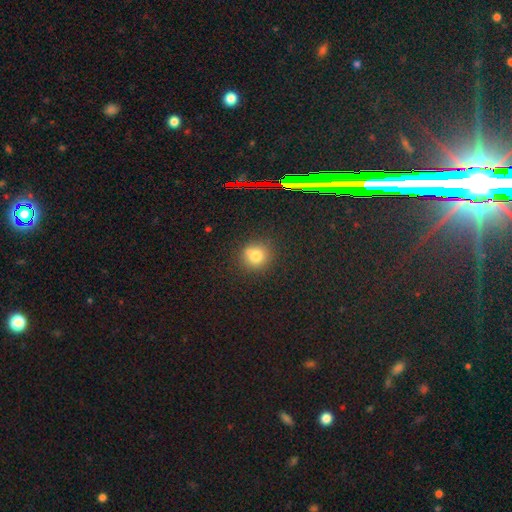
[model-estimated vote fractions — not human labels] Smooth or featured?
  - smooth: 73% *
  - star or artifact: 16%
  - featured or disk: 11%
How rounded?
  - round: 89% *
  - in between: 10%
  - cigar-shaped: 1%
Merging?
  - none: 67% *
  - merger: 17%
  - minor disturbance: 13%
  - major disturbance: 4%